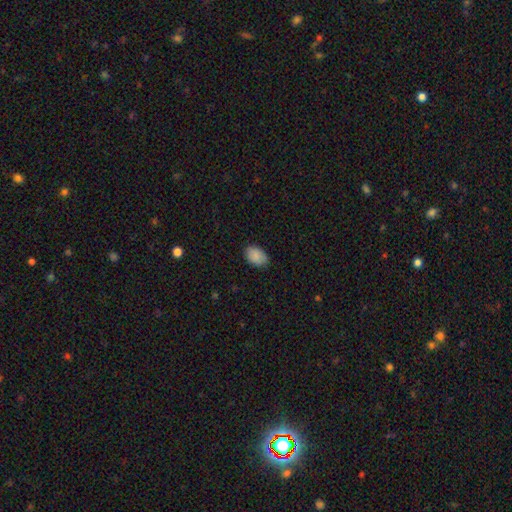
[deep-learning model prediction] Smooth or featured? Predicted: smooth (p=0.88). How rounded? Predicted: in between (p=0.86). Merging? Predicted: none (p=0.81).